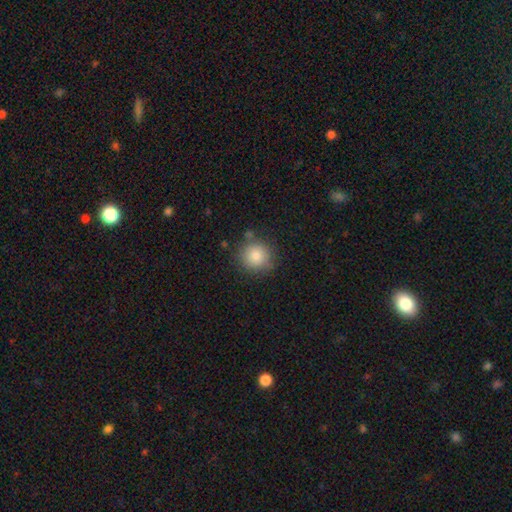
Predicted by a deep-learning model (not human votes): Smooth or featured?
  - smooth: 83% *
  - star or artifact: 10%
  - featured or disk: 7%
How rounded?
  - round: 92% *
  - in between: 7%
  - cigar-shaped: 1%
Merging?
  - none: 82% *
  - minor disturbance: 11%
  - merger: 4%
  - major disturbance: 3%